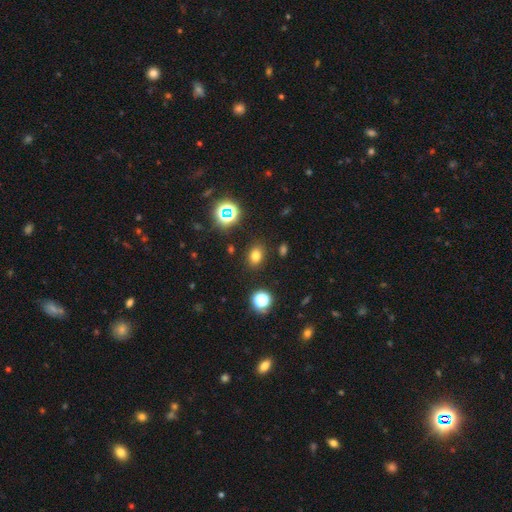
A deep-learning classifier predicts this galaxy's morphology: Smooth or featured? smooth (74%)
How rounded? in between (59%)
Merging? none (86%)